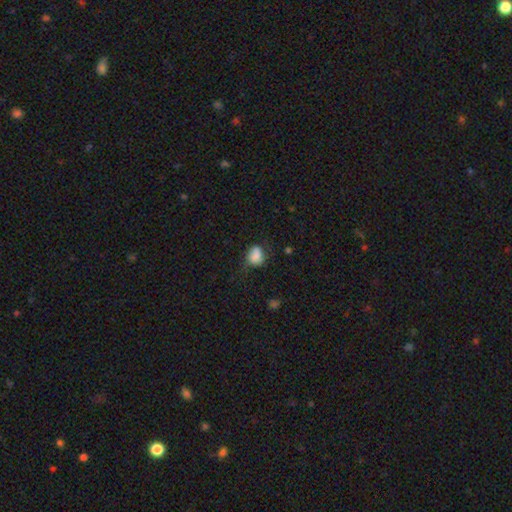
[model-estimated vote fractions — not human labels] Morphology: type=smooth (81%); roundness=in between (55%); merging=none (46%).